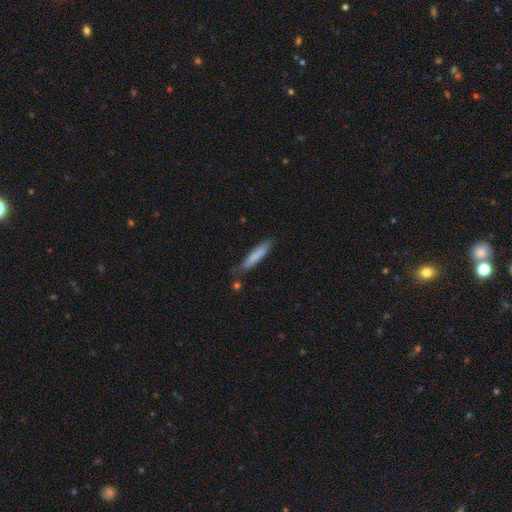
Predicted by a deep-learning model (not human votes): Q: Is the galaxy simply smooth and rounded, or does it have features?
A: smooth — 78%.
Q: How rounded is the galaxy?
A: cigar-shaped — 87%.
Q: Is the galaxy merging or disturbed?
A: none — 76%.